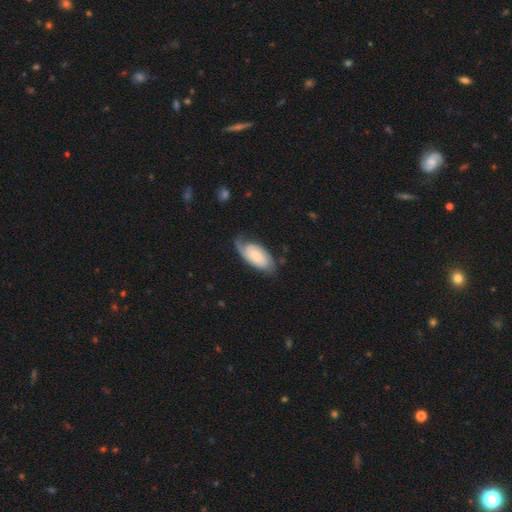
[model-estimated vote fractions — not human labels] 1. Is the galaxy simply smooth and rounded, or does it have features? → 56% featured or disk, 38% smooth, 6% star or artifact.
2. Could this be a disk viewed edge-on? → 93% no, 7% yes.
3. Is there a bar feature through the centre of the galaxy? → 67% no, 28% weak, 6% strong.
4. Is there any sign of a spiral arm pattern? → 90% yes, 10% no.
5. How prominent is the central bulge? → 39% small, 29% moderate, 16% none, 13% large, 3% dominant.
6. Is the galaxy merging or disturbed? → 56% none, 29% minor disturbance, 13% major disturbance, 2% merger.